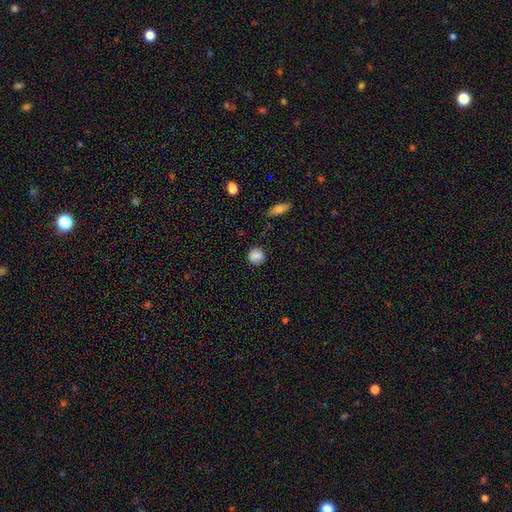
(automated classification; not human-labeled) Overall: smooth (85%). How rounded: round (85%). Merging: none (84%).